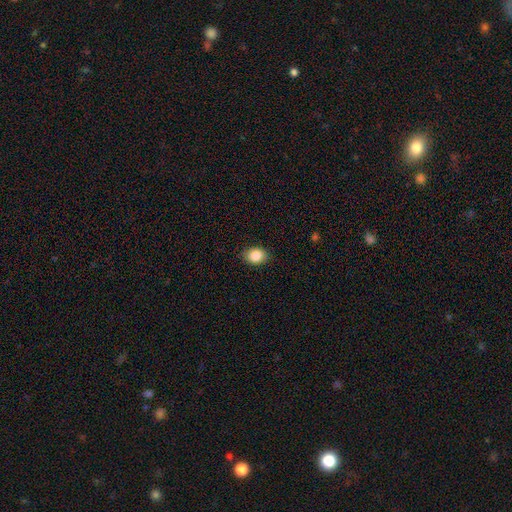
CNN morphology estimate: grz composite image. It shows a smooth galaxy with no disk features (87%) that is in between round and cigar-shaped (62%). Merging: none (86%).